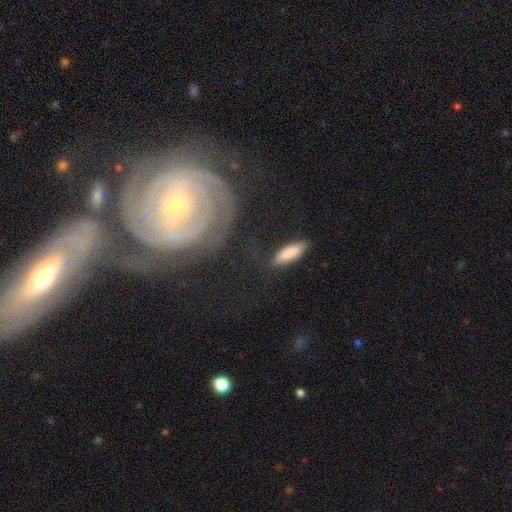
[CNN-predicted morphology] A featured or disk galaxy (81%) with no bar (53%), tight (81%) spiral arms (94%) and a small central bulge (64%).

Vote fractions:
- Smooth or featured? featured or disk: 81% / smooth: 11% / star or artifact: 8%
- Edge-on disk? no: 94% / yes: 6%
- Bar? no: 53% / weak: 30% / strong: 17%
- Spiral arms? yes: 94% / no: 6%
- Spiral winding? tight: 81% / medium: 15% / loose: 4%
- Spiral arm count? can't tell: 30% / 2: 22% / 3: 21% / 4: 13% / more than 4: 8% / 1: 7%
- Bulge size? small: 64% / moderate: 31% / large: 2% / none: 1% / dominant: 1%
- Merging? none: 55% / merger: 21% / minor disturbance: 15% / major disturbance: 9%